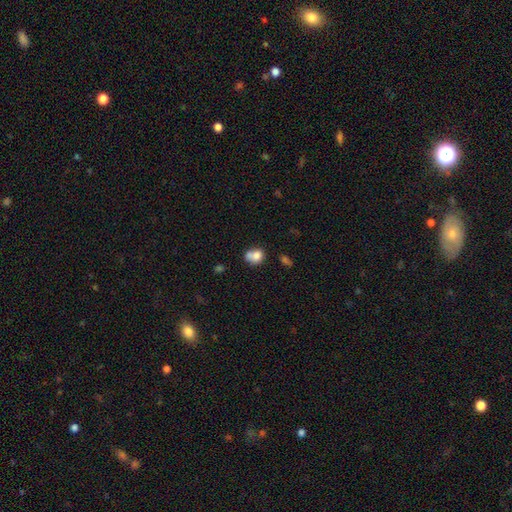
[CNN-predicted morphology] smooth 76%, featured or disk 14%, star or artifact 10%. Down the decision tree: how rounded — round (58%); merging — merger (41%).